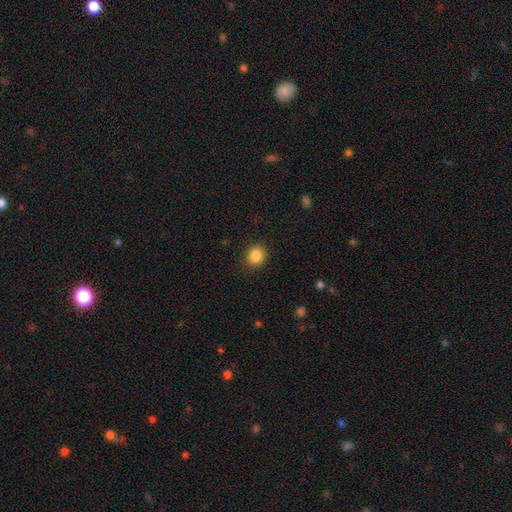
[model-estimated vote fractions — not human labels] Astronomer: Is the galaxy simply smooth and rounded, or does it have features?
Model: smooth — 86%.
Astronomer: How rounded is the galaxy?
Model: round — 80%.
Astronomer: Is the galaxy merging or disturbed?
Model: none — 89%.